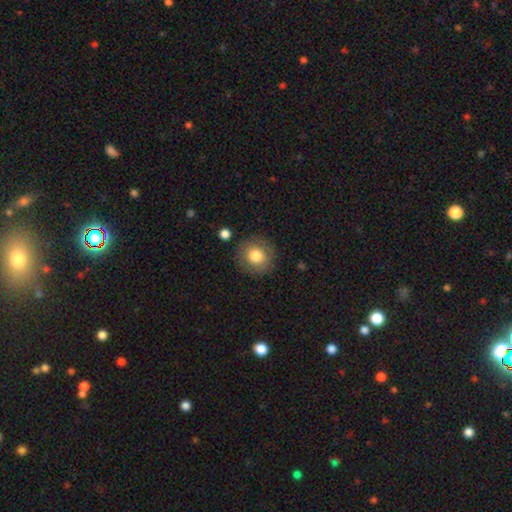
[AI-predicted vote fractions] smooth 78%, featured or disk 12%, star or artifact 9%. Down the decision tree: how rounded — round (93%); merging — none (88%).